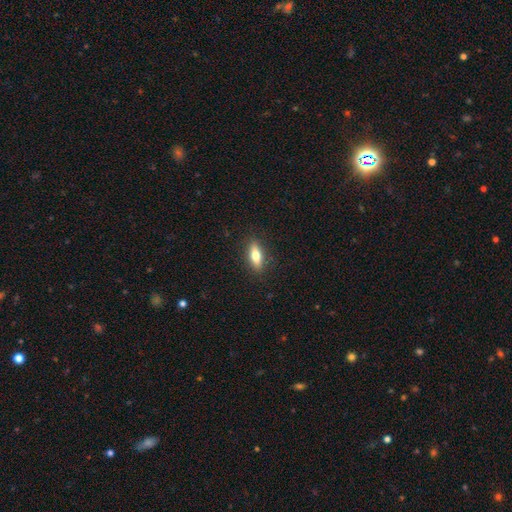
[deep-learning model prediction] Overall: smooth (69%). How rounded: in between (62%; cigar-shaped 34%). Merging: none (88%).